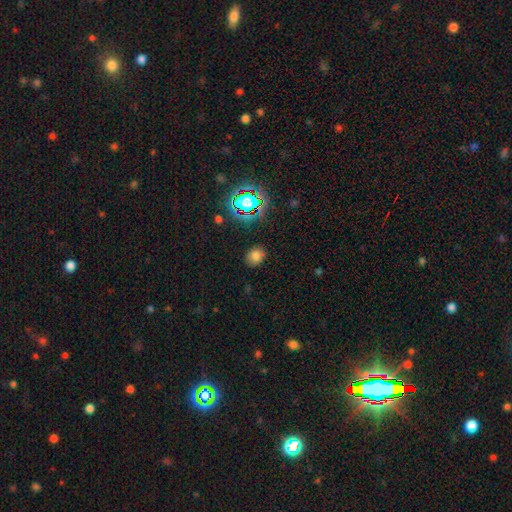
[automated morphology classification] Smooth or featured: smooth — 72% (star or artifact — 21%)
How rounded: round — 57% (in between — 41%)
Merging: none — 82% (minor disturbance — 12%)